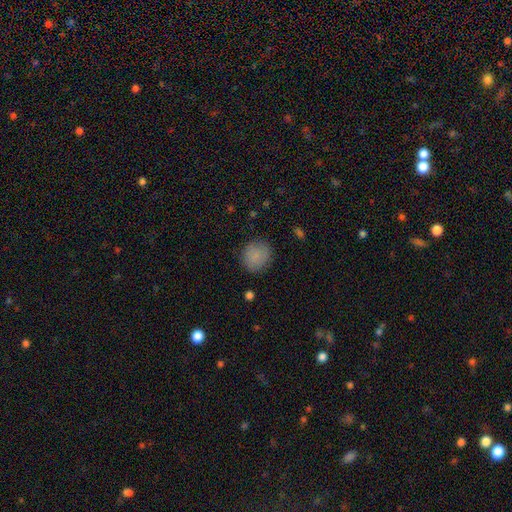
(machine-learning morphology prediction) Overall: smooth (86%). How rounded: round (86%). Merging: none (85%).